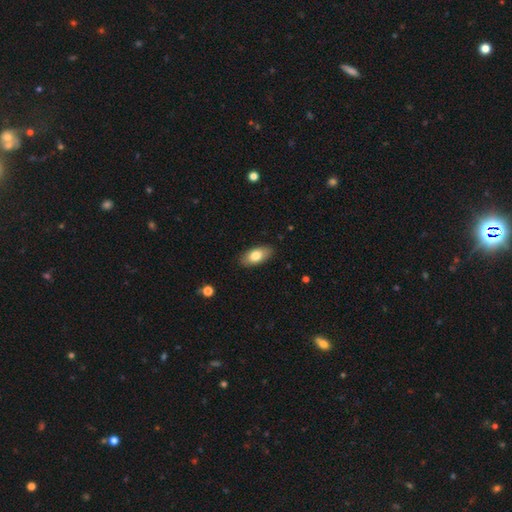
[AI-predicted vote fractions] Smooth or featured: smooth — 78% (featured or disk — 15%)
How rounded: in between — 91% (cigar-shaped — 6%)
Merging: none — 87% (minor disturbance — 10%)